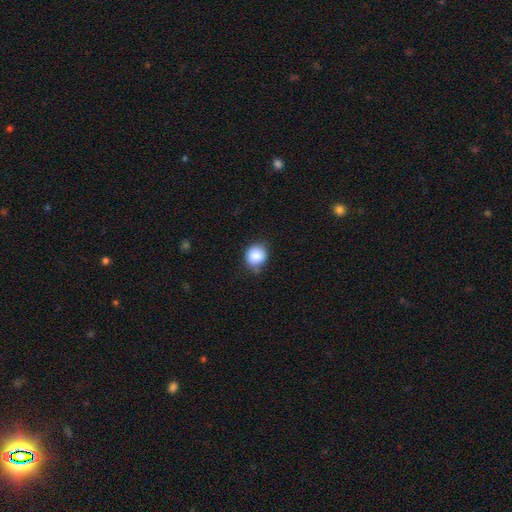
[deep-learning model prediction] The model was most divided on "merging": none: 66%, minor disturbance: 27%, major disturbance: 5%, merger: 2%. More confident: smooth or featured — smooth (86%); how rounded — round (82%).